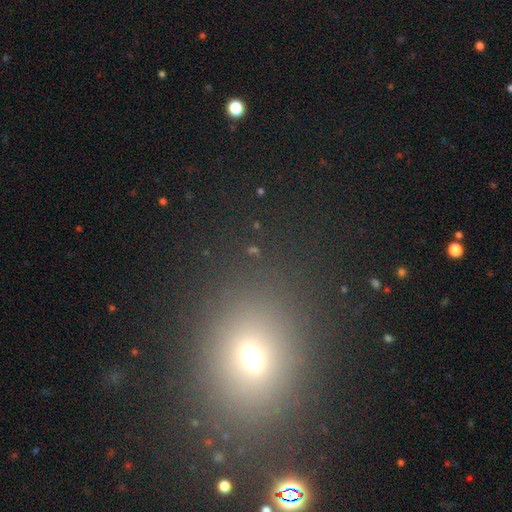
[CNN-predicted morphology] This is possibly a smooth galaxy (53%). How rounded: possibly round (55%). Merging: clearly none (85%).